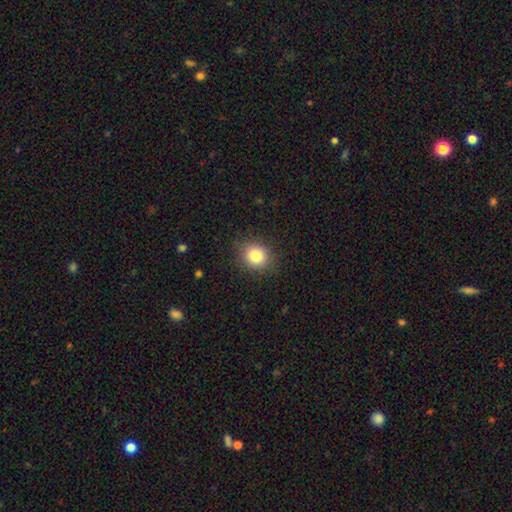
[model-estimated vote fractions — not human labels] Overall: smooth (82%). How rounded: round (73%). Merging: none (87%).